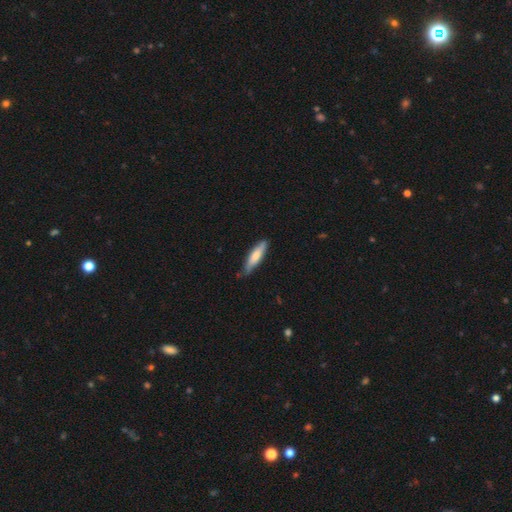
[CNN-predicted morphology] Q: Smooth or featured?
A: smooth (69%); runner-up: featured or disk (26%)
Q: How rounded?
A: cigar-shaped (73%); runner-up: in between (26%)
Q: Merging?
A: none (72%); runner-up: minor disturbance (23%)